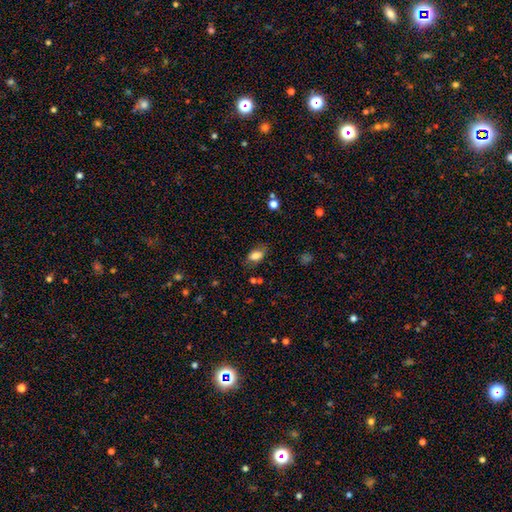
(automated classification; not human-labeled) smooth 79%, featured or disk 12%, star or artifact 9%. Down the decision tree: how rounded — in between (89%); merging — none (72%).